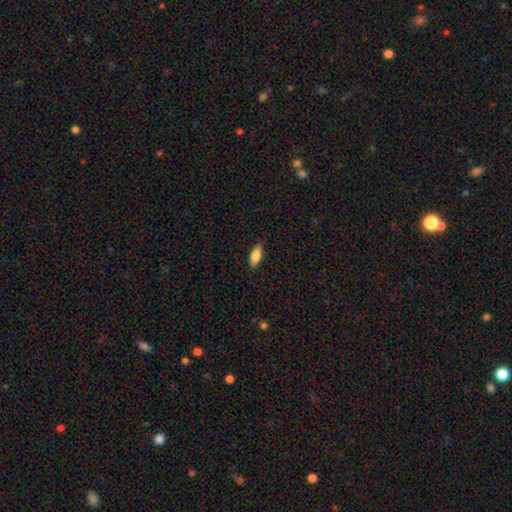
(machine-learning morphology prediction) smooth-or-featured: smooth: 81% | featured or disk: 12% | star or artifact: 7%
  how-rounded: in between: 84% | cigar-shaped: 13% | round: 2%
  merging: none: 83% | minor disturbance: 14% | major disturbance: 2% | merger: 1%